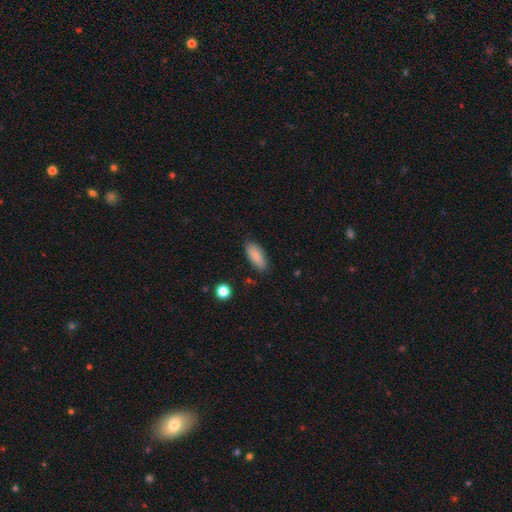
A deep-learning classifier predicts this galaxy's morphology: smooth 88%, star or artifact 7%, featured or disk 6%. Down the decision tree: how rounded — in between (78%); merging — none (84%).